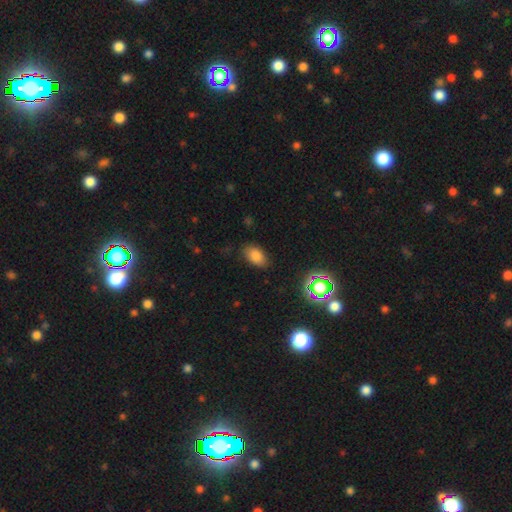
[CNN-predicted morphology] A smooth galaxy with no disk features (80%) that is in between round and cigar-shaped (89%).

Vote fractions:
- Smooth or featured? smooth: 80% / star or artifact: 13% / featured or disk: 7%
- How rounded? in between: 89% / round: 9% / cigar-shaped: 2%
- Merging? none: 81% / minor disturbance: 14% / major disturbance: 4% / merger: 1%